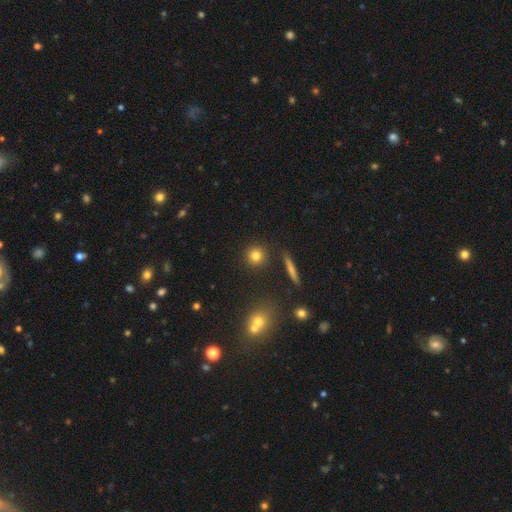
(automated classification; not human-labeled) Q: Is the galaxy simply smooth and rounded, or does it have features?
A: smooth — 80%.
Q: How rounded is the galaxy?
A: round — 92%.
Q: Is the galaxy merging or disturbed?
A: none — 88%.